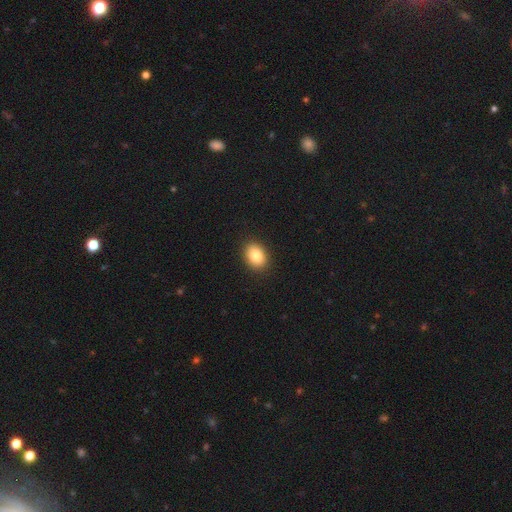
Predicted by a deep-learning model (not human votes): Overall: smooth (84%). How rounded: in between (70%). Merging: none (90%).